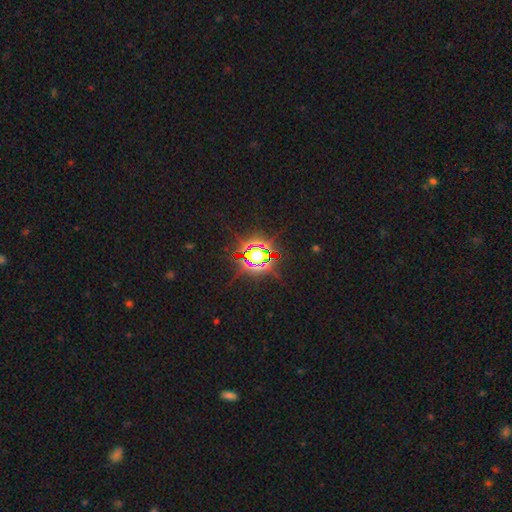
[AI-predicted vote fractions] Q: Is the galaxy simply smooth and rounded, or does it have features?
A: star or artifact — 76%.